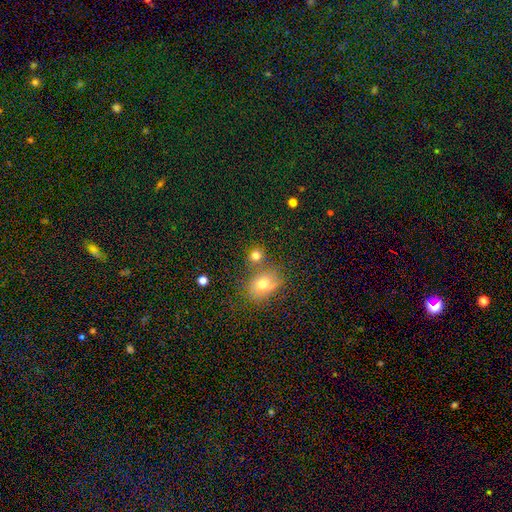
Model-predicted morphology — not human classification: smooth-or-featured: smooth: 78% | star or artifact: 13% | featured or disk: 9%
  how-rounded: round: 73% | in between: 25% | cigar-shaped: 1%
  merging: none: 66% | merger: 19% | minor disturbance: 10% | major disturbance: 4%